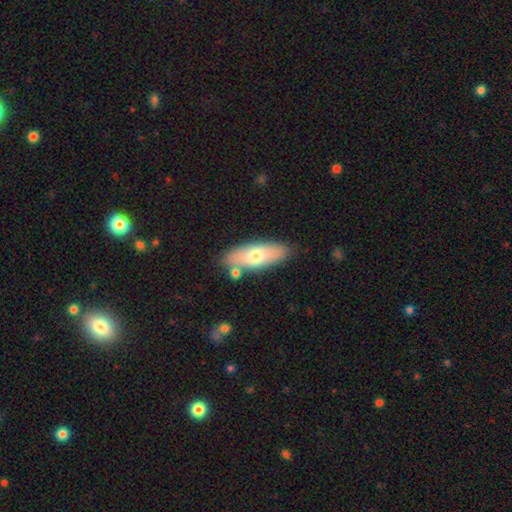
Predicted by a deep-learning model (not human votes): This appears to be a smooth galaxy with no disk features (66%) that is in between round and cigar-shaped (66%). Merging: none (79%).